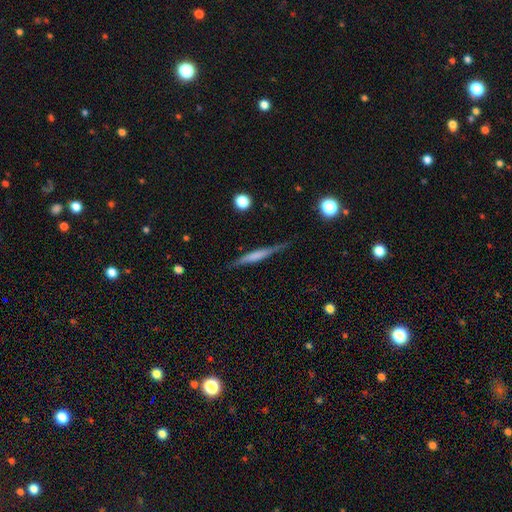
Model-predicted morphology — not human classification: Smooth or featured: featured or disk — 52% (smooth — 42%)
Edge-on disk: yes — 96% (no — 4%)
Merging: none — 83% (minor disturbance — 13%)